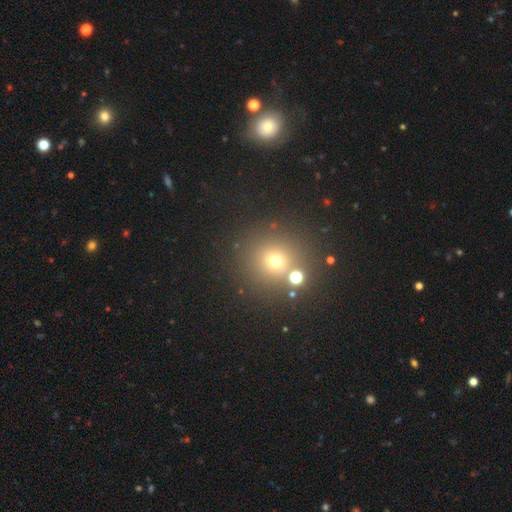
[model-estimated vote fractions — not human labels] This is possibly a smooth galaxy (51%). How rounded: clearly round (91%). Merging: likely none (75%).